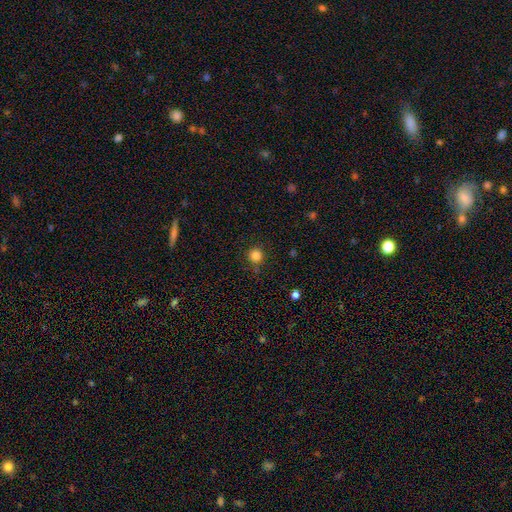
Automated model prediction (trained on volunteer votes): The model was most divided on "smooth or featured": smooth: 83%, star or artifact: 13%, featured or disk: 5%. More confident: how rounded — round (94%); merging — none (84%).